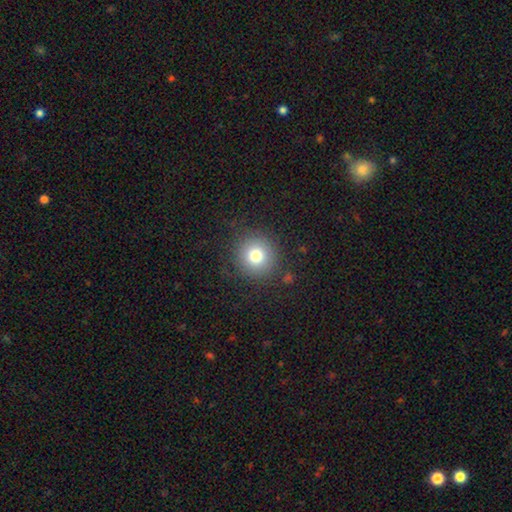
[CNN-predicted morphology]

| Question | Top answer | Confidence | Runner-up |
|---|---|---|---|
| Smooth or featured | smooth | 76% | star or artifact (13%) |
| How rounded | round | 94% | in between (5%) |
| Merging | none | 88% | minor disturbance (7%) |